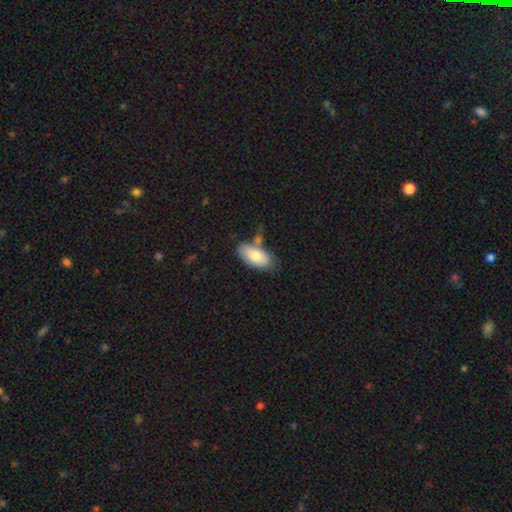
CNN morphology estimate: This is likely a smooth galaxy (77%). How rounded: clearly in between (93%). Merging: possibly none (60%).